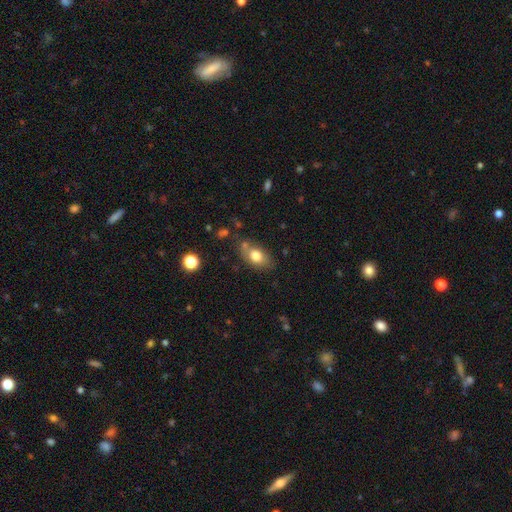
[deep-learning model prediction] This appears to be a smooth galaxy with no disk features (76%) that is in between round and cigar-shaped (83%). Merging: none (62%).